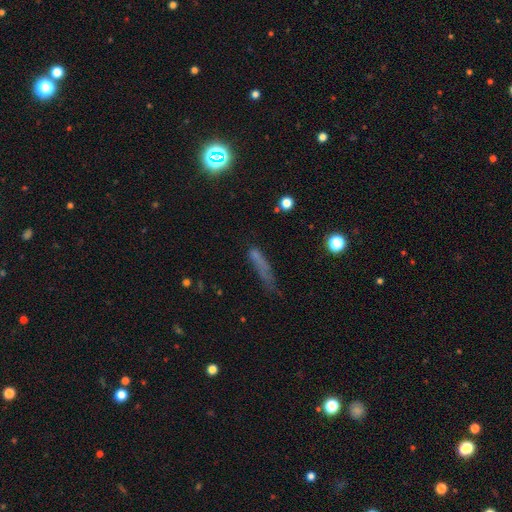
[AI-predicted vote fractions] Smooth or featured? smooth (58%)
How rounded? cigar-shaped (78%)
Merging? none (47%)